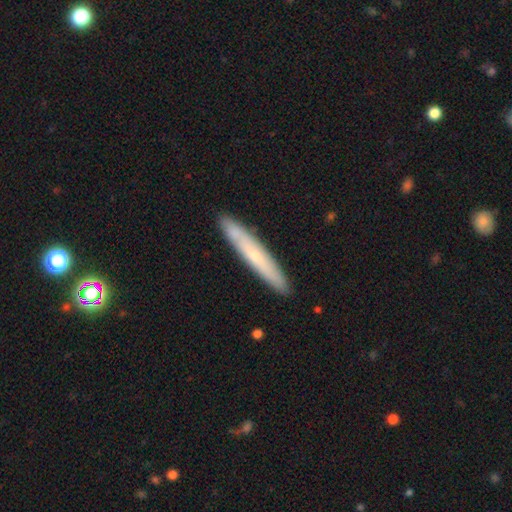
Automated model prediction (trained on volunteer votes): smooth 50%, featured or disk 42%, star or artifact 7%. Down the decision tree: how rounded — cigar-shaped (95%); merging — none (89%).